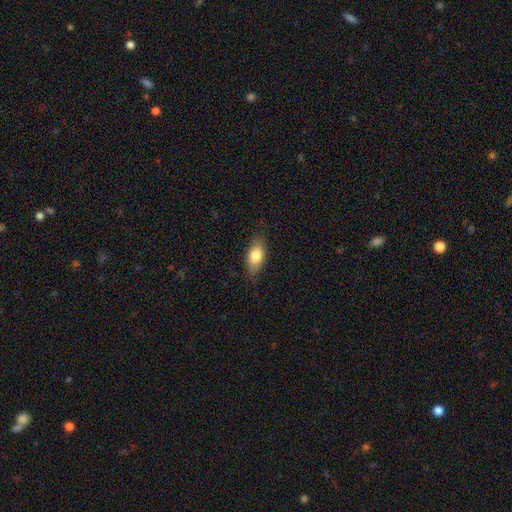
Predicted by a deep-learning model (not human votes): A smooth galaxy with no disk features (79%) that is in between round and cigar-shaped (85%).

Vote fractions:
- Smooth or featured? smooth: 79% / featured or disk: 14% / star or artifact: 7%
- How rounded? in between: 85% / cigar-shaped: 9% / round: 5%
- Merging? none: 80% / minor disturbance: 16% / major disturbance: 3% / merger: 1%